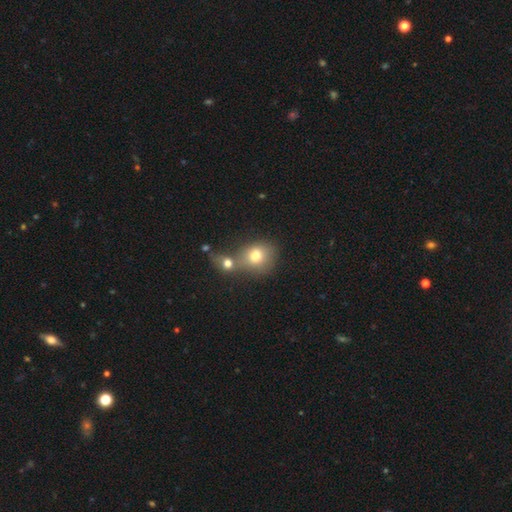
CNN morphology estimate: smooth 76%, featured or disk 13%, star or artifact 11%. Down the decision tree: how rounded — round (68%); merging — merger (47%).